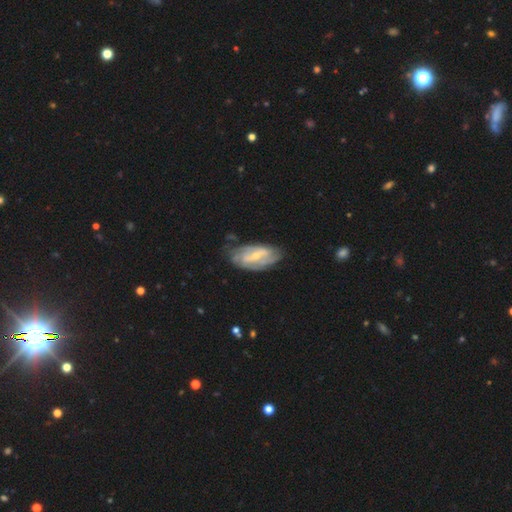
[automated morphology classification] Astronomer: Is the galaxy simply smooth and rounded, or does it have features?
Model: featured or disk — 75%.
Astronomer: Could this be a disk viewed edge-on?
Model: no — 93%.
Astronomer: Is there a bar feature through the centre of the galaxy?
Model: weak — 42% (runner-up: strong, 37%).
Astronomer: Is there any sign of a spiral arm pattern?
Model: yes — 82%.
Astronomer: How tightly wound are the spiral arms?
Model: tight — 46% (runner-up: medium, 36%).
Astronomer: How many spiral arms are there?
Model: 2 — 49% (runner-up: can't tell, 33%).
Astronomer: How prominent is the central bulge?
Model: small — 58% (runner-up: moderate, 37%).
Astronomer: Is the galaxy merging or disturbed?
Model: none — 64%.